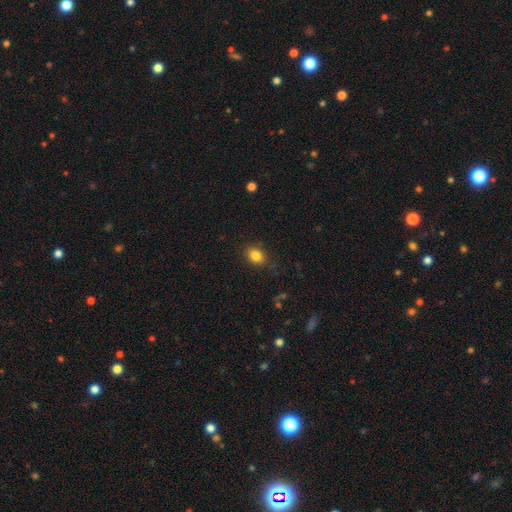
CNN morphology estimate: Smooth or featured: smooth — 84% (star or artifact — 10%)
How rounded: in between — 68% (round — 31%)
Merging: none — 84% (minor disturbance — 12%)